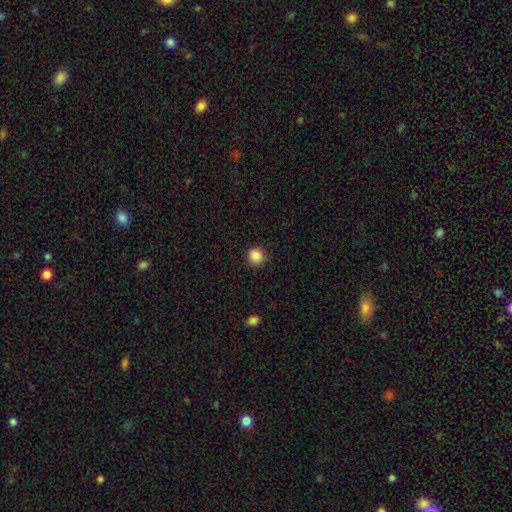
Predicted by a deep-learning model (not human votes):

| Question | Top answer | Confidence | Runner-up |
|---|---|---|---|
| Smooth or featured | smooth | 88% | star or artifact (10%) |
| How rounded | round | 92% | in between (7%) |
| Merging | none | 90% | minor disturbance (7%) |